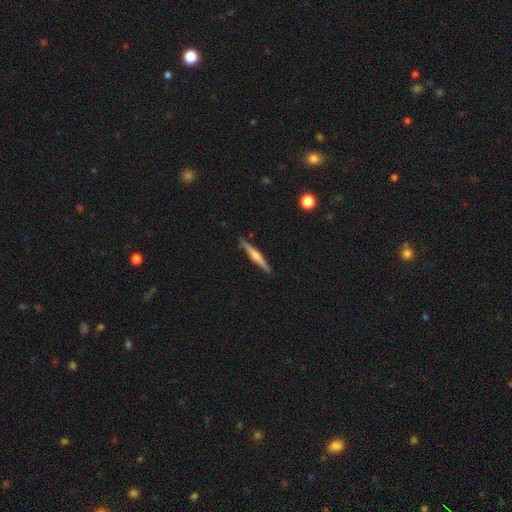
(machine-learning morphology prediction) type=featured or disk (54%); edge-on=yes (97%); edge-on bulge=rounded (70%); merging=none (90%).